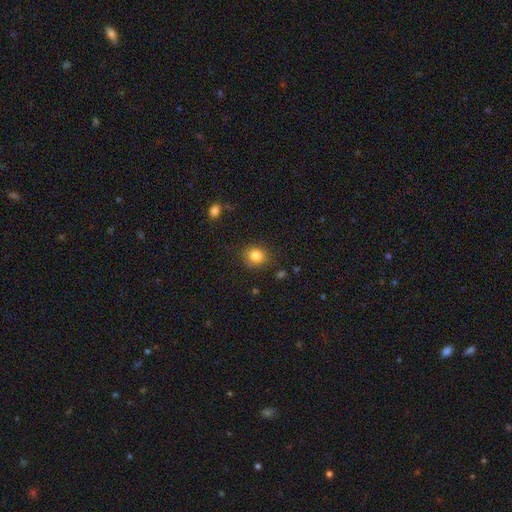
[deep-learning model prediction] This appears to be a smooth galaxy with no disk features (84%) that is round (77%). Merging: none (84%).